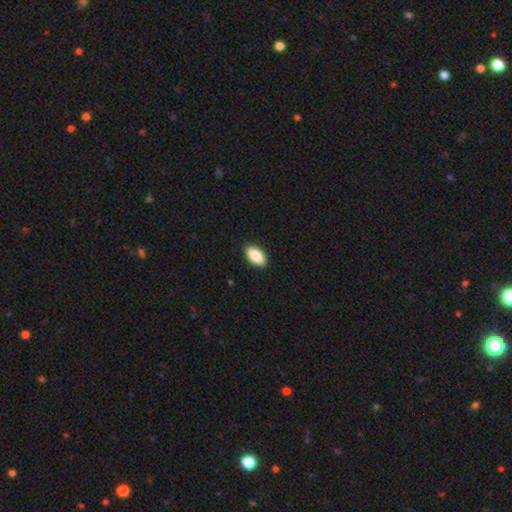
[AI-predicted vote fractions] Morphology: type=smooth (88%); roundness=in between (94%); merging=none (90%).